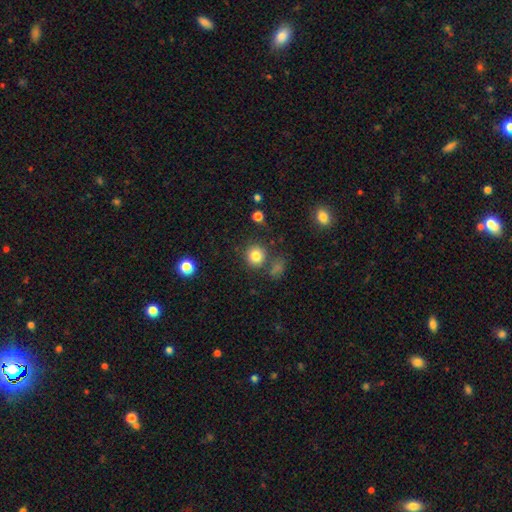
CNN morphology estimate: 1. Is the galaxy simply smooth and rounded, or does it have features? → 83% smooth, 11% star or artifact, 6% featured or disk.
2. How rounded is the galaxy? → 89% round, 10% in between, 1% cigar-shaped.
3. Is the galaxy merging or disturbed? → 77% none, 10% minor disturbance, 8% merger, 4% major disturbance.